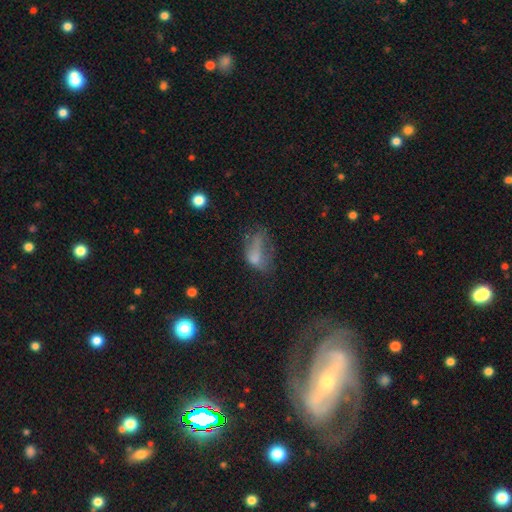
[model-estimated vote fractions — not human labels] smooth-or-featured: smooth: 56% | featured or disk: 29% | star or artifact: 15%
  how-rounded: in between: 86% | round: 9% | cigar-shaped: 5%
  merging: major disturbance: 43% | none: 26% | minor disturbance: 24% | merger: 6%